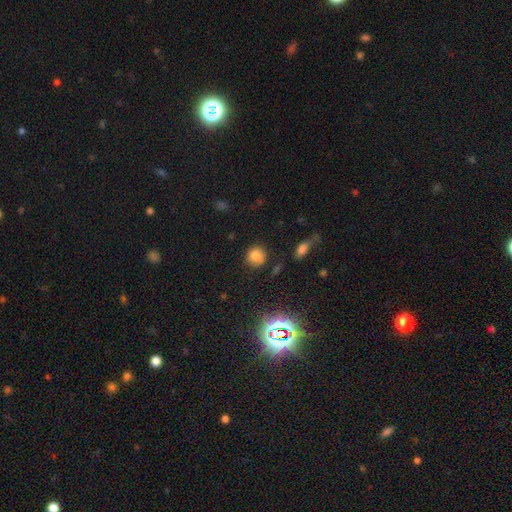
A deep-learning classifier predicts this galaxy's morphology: type=smooth (77%); roundness=round (87%); merging=none (76%).